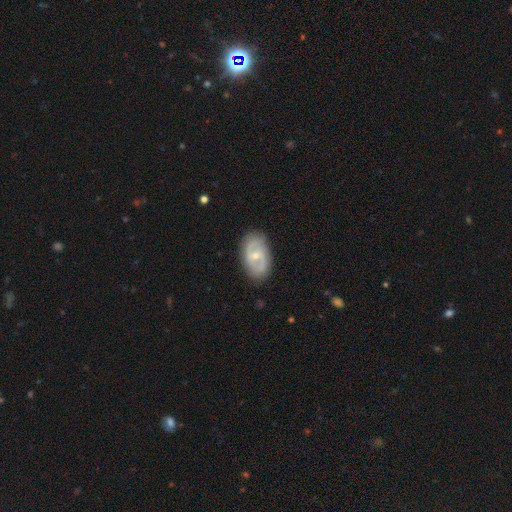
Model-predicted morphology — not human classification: The model was most divided on "bar": weak: 46%, no: 41%, strong: 12%. Remaining: edge-on disk — no (96%); merging — none (84%); spiral arm count — 2 (83%); spiral arms — yes (81%); smooth or featured — featured or disk (72%); bulge size — small (57%); spiral winding — medium (47%).